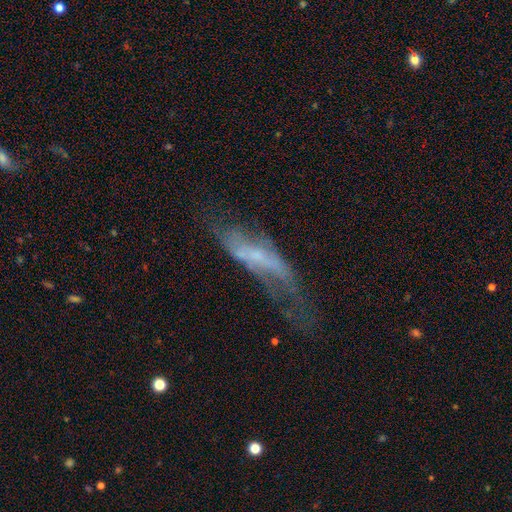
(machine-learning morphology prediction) This appears to be a featured or disk galaxy (59%). Merging: major disturbance (37%).